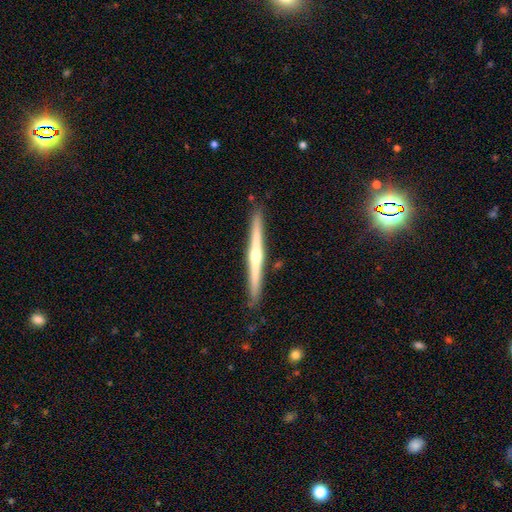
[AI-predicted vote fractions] Overall: featured or disk (77%). Edge-on disk: yes (98%). Edge-on bulge: rounded (84%). Merging: none (90%).